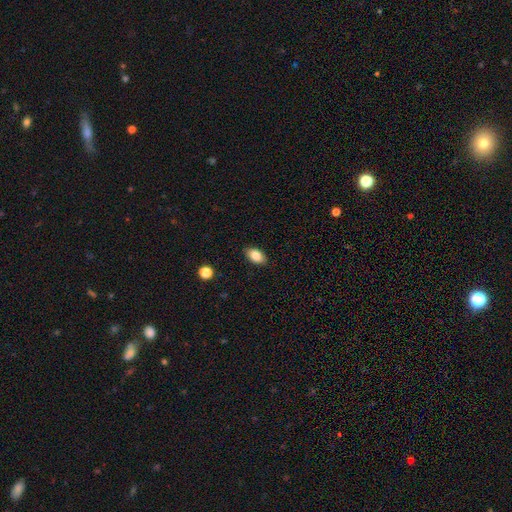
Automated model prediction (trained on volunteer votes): A smooth galaxy with no disk features (85%) that is in between round and cigar-shaped (91%).

Vote fractions:
- Smooth or featured? smooth: 85% / star or artifact: 8% / featured or disk: 7%
- How rounded? in between: 91% / round: 7% / cigar-shaped: 2%
- Merging? none: 88% / minor disturbance: 9% / major disturbance: 2% / merger: 1%